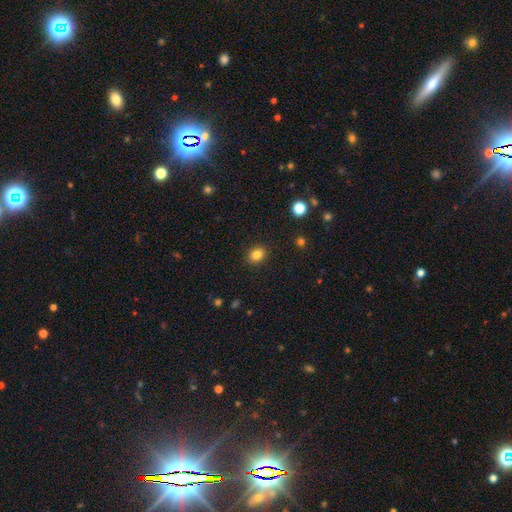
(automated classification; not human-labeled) Smooth or featured? Predicted: smooth (p=0.84). How rounded? Predicted: in between (p=0.50). Merging? Predicted: none (p=0.90).